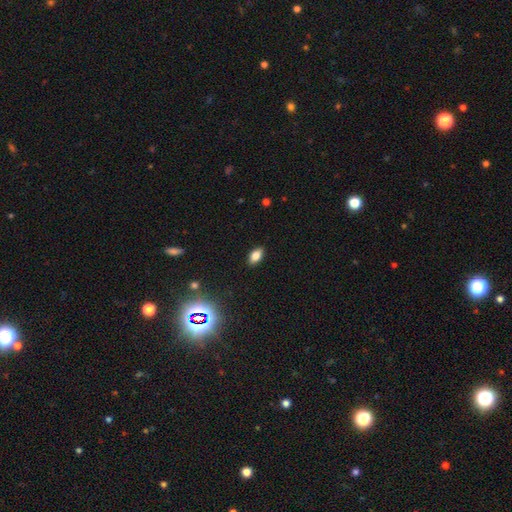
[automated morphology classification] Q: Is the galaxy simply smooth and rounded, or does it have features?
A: smooth — 79%.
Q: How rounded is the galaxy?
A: in between — 88%.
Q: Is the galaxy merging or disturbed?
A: none — 88%.